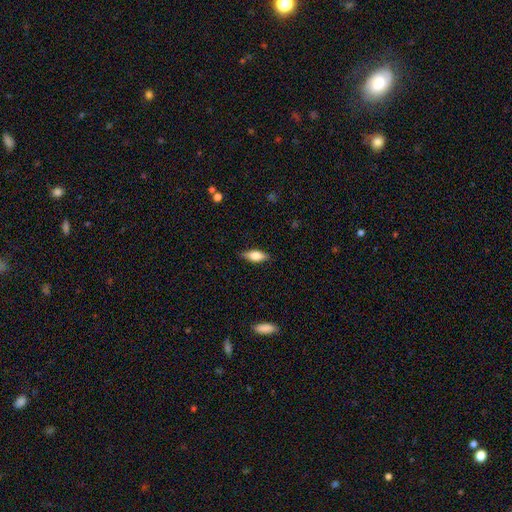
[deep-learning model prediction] Smooth or featured? Predicted: smooth (p=0.75). How rounded? Predicted: in between (p=0.76). Merging? Predicted: none (p=0.86).